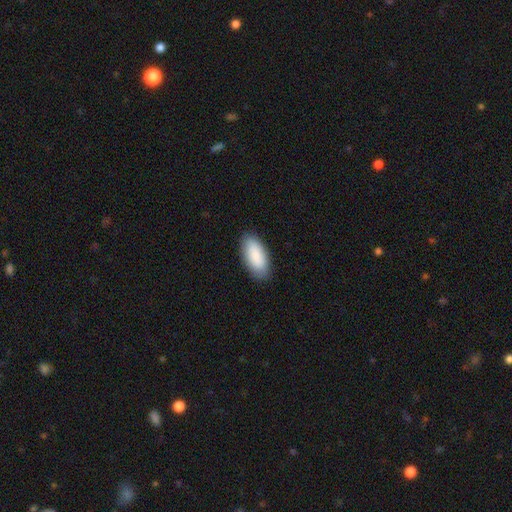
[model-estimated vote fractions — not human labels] smooth-or-featured: smooth: 89% | star or artifact: 6% | featured or disk: 6%
  how-rounded: in between: 91% | cigar-shaped: 7% | round: 2%
  merging: none: 87% | minor disturbance: 10% | major disturbance: 2% | merger: 1%